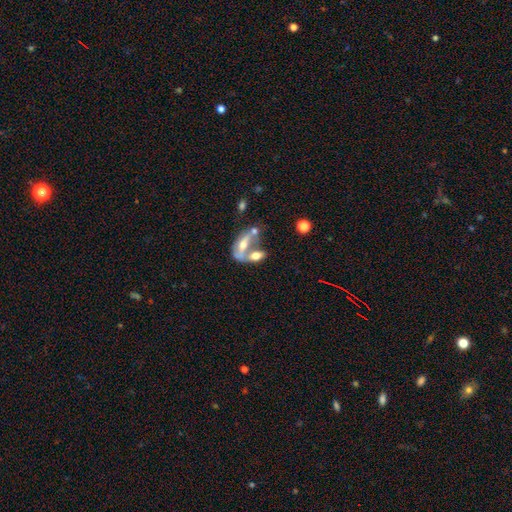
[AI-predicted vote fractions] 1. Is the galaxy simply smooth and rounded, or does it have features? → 47% smooth, 44% featured or disk, 9% star or artifact.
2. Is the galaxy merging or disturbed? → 58% merger, 24% none, 9% minor disturbance, 8% major disturbance.